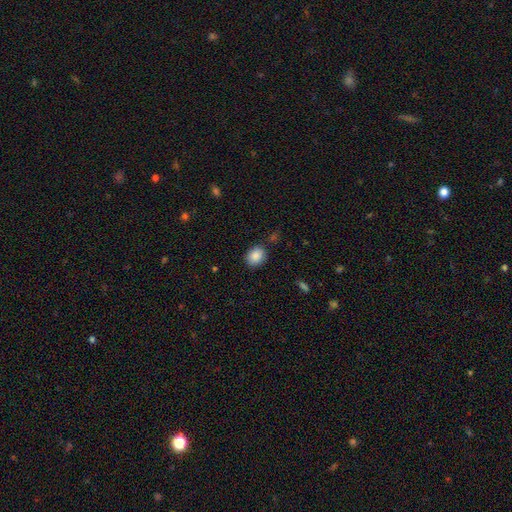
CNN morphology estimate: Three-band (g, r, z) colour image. It shows a smooth galaxy with no disk features (88%) that is in between round and cigar-shaped (50%). Merging: none (83%).